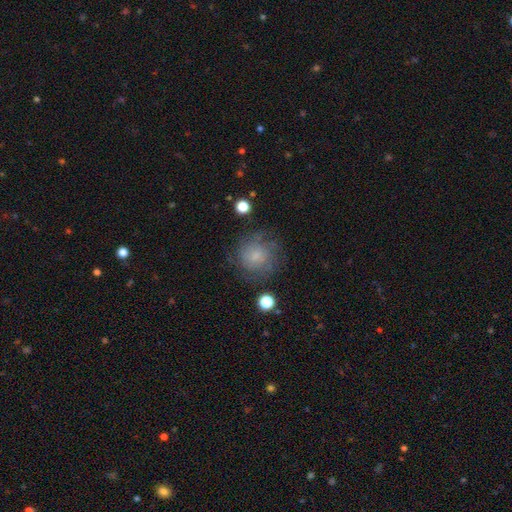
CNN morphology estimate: Smooth or featured?
  - smooth: 54% *
  - featured or disk: 34%
  - star or artifact: 12%
How rounded?
  - round: 89% *
  - in between: 10%
  - cigar-shaped: 1%
Merging?
  - none: 70% *
  - minor disturbance: 17%
  - major disturbance: 10%
  - merger: 2%